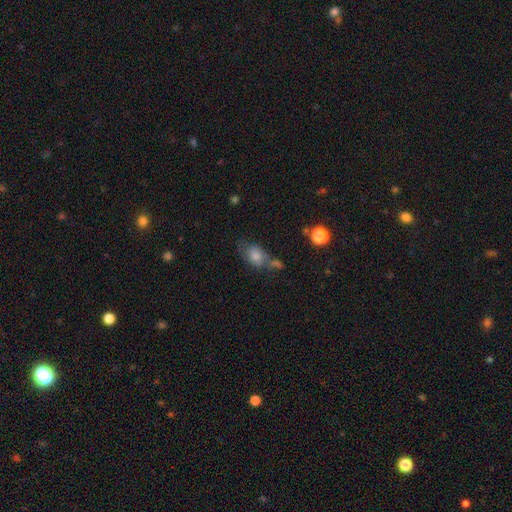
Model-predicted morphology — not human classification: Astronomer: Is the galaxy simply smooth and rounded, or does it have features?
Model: smooth — 66%.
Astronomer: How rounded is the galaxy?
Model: in between — 77%.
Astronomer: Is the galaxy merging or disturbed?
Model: none — 45% (runner-up: merger, 23%).